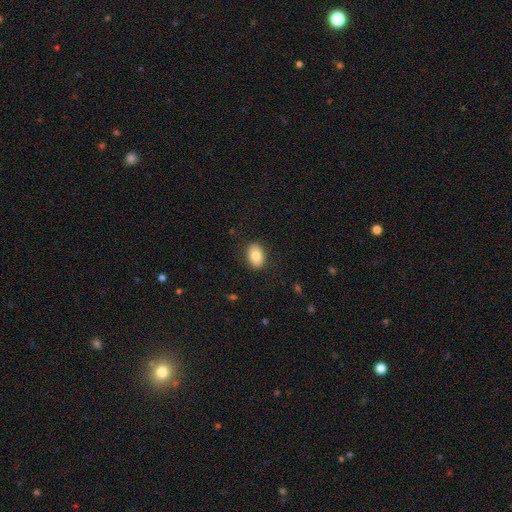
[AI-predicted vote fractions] This is clearly a smooth galaxy (83%). How rounded: clearly in between (85%). Merging: clearly none (87%).